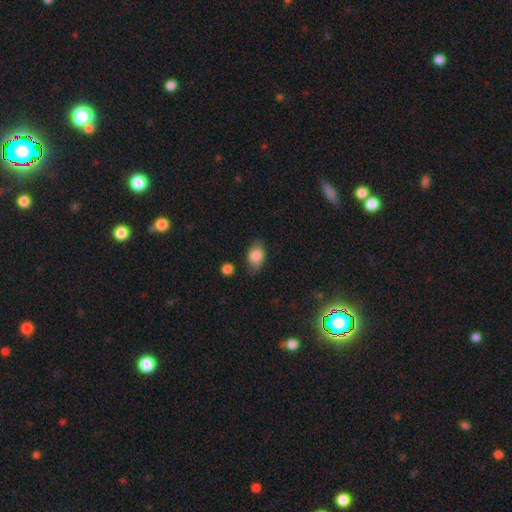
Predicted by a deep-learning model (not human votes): Smooth or featured?
  - smooth: 80% *
  - featured or disk: 11%
  - star or artifact: 8%
How rounded?
  - in between: 80% *
  - round: 18%
  - cigar-shaped: 2%
Merging?
  - none: 68% *
  - minor disturbance: 23%
  - major disturbance: 6%
  - merger: 3%